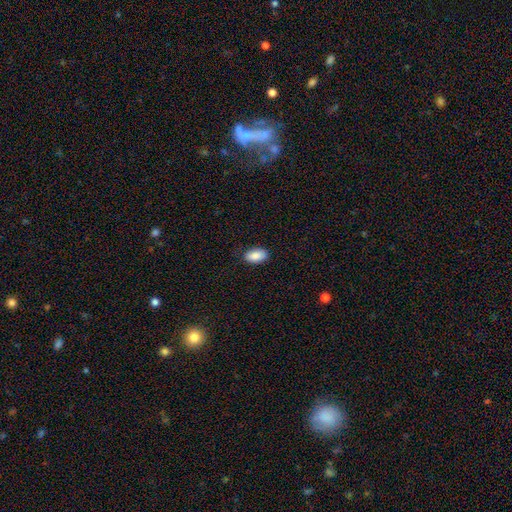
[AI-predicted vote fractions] smooth 88%, star or artifact 7%, featured or disk 5%. Down the decision tree: how rounded — in between (93%); merging — none (83%).